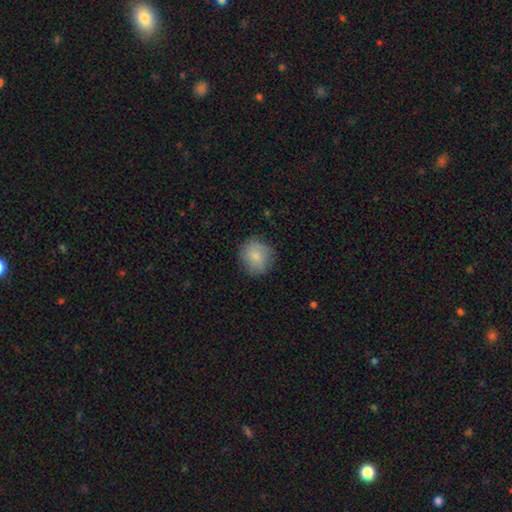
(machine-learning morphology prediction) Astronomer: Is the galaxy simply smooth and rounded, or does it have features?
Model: smooth — 81%.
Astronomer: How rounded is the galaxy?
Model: round — 82%.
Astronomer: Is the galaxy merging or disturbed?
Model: none — 82%.